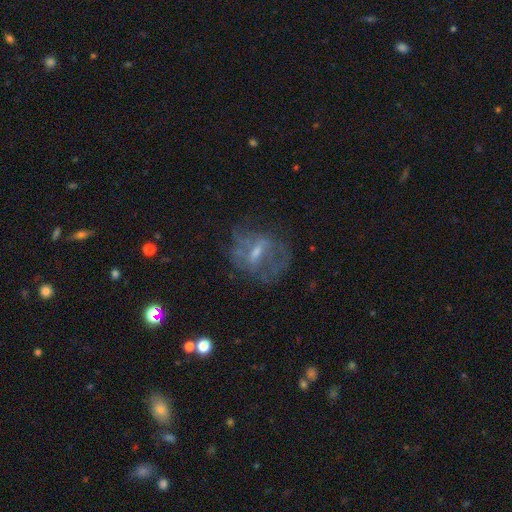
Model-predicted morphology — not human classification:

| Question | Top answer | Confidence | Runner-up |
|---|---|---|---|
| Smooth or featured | featured or disk | 58% | smooth (22%) |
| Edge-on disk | no | 90% | yes (10%) |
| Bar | weak | 46% | strong (28%) |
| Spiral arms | yes | 51% | no (49%) |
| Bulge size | small | 52% | moderate (34%) |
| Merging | none | 65% | minor disturbance (17%) |